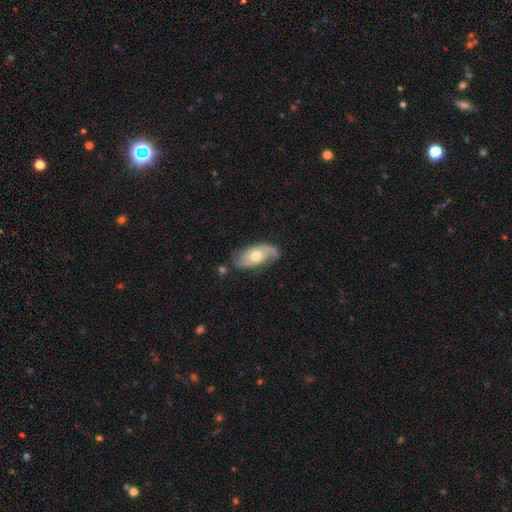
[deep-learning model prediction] smooth-or-featured: featured or disk: 77% | smooth: 18% | star or artifact: 5%
  disk-edge-on: no: 93% | yes: 7%
    bar: no: 71% | weak: 23% | strong: 6%
    has-spiral-arms: yes: 91% | no: 9%
      spiral-winding: medium: 41% | loose: 34% | tight: 25%
      spiral-arm-count: 2: 84% | can't tell: 7% | 1: 4% | 3: 2% | 4: 1% | more than 4: 1%
    bulge-size: moderate: 76% | small: 12% | large: 10% | dominant: 1% | none: 1%
  merging: none: 71% | minor disturbance: 20% | major disturbance: 7% | merger: 2%